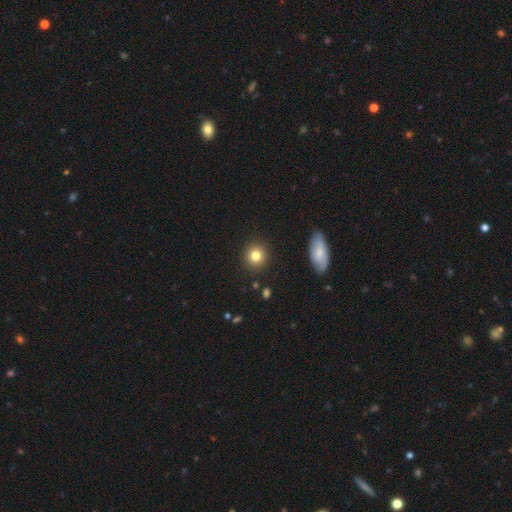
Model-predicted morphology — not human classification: smooth_or_featured: smooth (p=0.82) [alt: star or artifact p=0.10]
how_rounded: round (p=0.90) [alt: in between p=0.09]
merging: none (p=0.90) [alt: minor disturbance p=0.06]